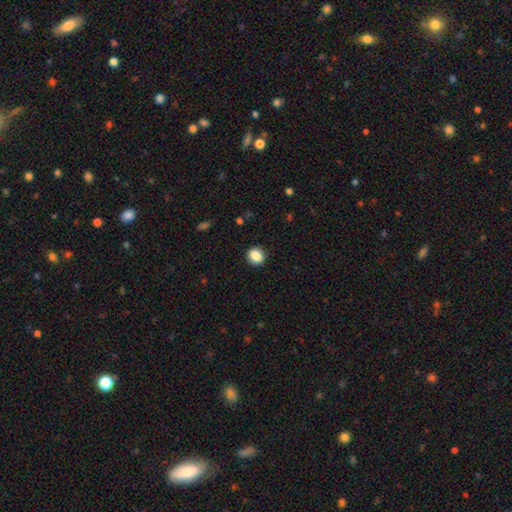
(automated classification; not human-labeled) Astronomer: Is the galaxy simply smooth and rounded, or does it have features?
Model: smooth — 86%.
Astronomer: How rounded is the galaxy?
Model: round — 73%.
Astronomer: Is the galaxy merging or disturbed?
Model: none — 90%.